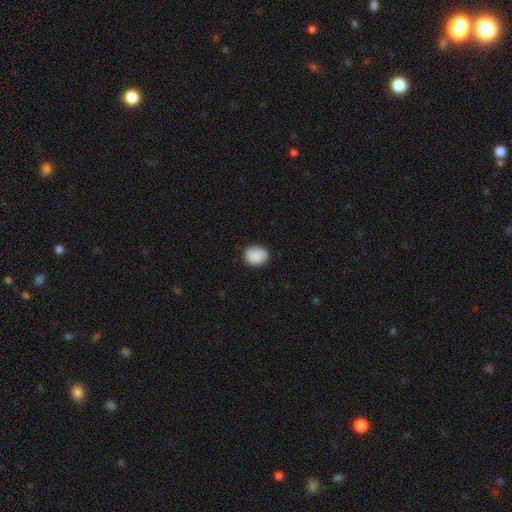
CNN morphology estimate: This appears to be a smooth galaxy with no disk features (87%) that is in between round and cigar-shaped (51%). Merging: none (76%).